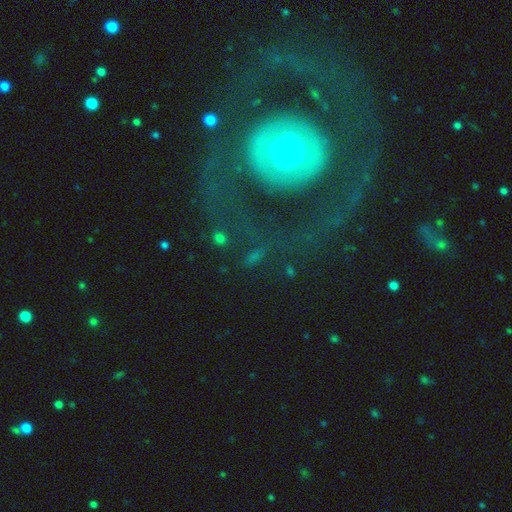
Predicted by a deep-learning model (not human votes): A featured or disk galaxy (44%).

Vote fractions:
- Smooth or featured? featured or disk: 44% / smooth: 29% / star or artifact: 27%
- Merging? none: 57% / major disturbance: 17% / minor disturbance: 16% / merger: 10%